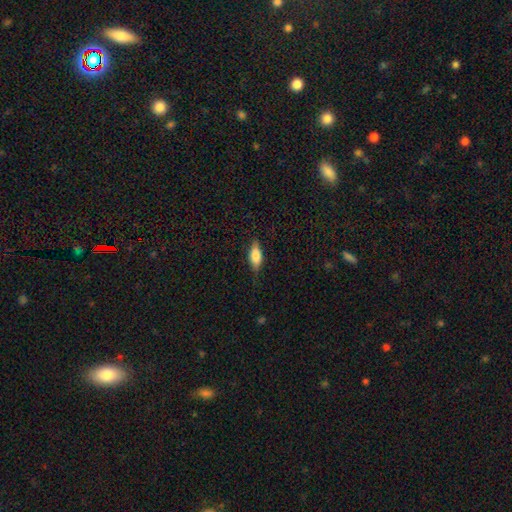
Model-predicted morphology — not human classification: Smooth or featured: smooth — 71% (featured or disk — 22%)
How rounded: in between — 74% (cigar-shaped — 23%)
Merging: none — 80% (minor disturbance — 16%)